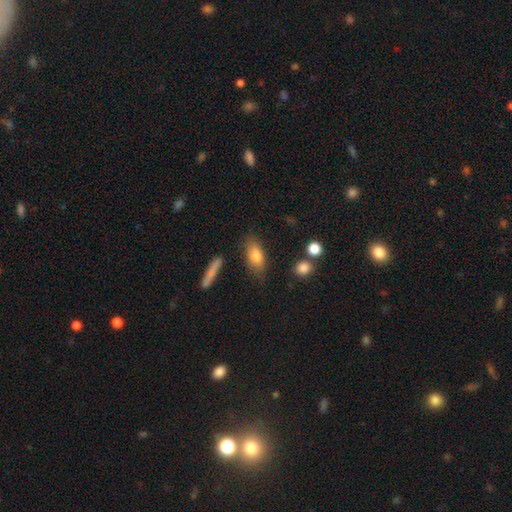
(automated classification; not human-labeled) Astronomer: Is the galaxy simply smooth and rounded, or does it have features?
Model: smooth — 78%.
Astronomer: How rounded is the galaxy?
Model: in between — 81%.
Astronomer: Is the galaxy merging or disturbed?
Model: none — 77%.